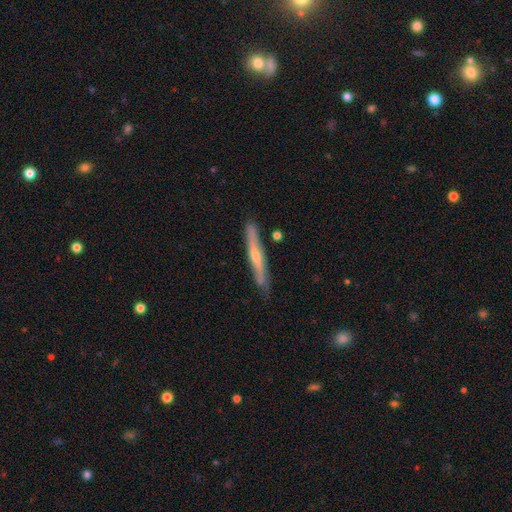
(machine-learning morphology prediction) smooth_or_featured: featured or disk (p=0.62) [alt: smooth p=0.33]
disk_edge_on: yes (p=0.90) [alt: no p=0.10]
edge_on_bulge: rounded (p=0.61) [alt: none p=0.33]
merging: none (p=0.80) [alt: minor disturbance p=0.16]